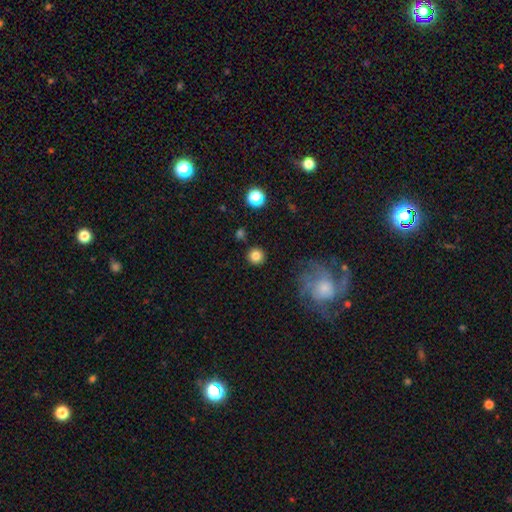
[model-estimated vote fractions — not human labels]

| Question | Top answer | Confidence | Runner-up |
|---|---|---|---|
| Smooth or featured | smooth | 83% | star or artifact (11%) |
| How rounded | round | 94% | in between (5%) |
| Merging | none | 89% | minor disturbance (6%) |